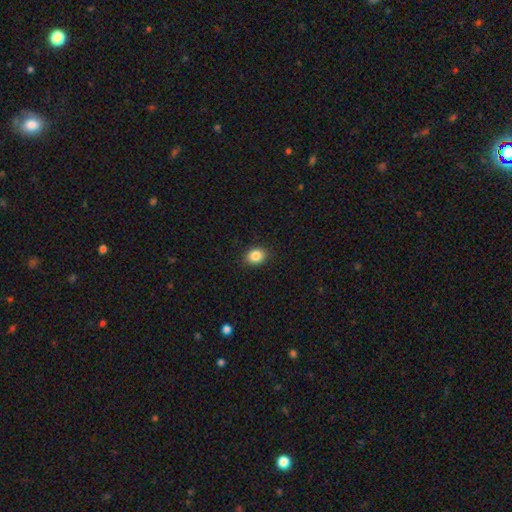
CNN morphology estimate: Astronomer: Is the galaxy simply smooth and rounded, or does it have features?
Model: smooth — 86%.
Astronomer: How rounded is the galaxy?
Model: in between — 50% (runner-up: round, 49%).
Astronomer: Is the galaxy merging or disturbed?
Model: none — 89%.